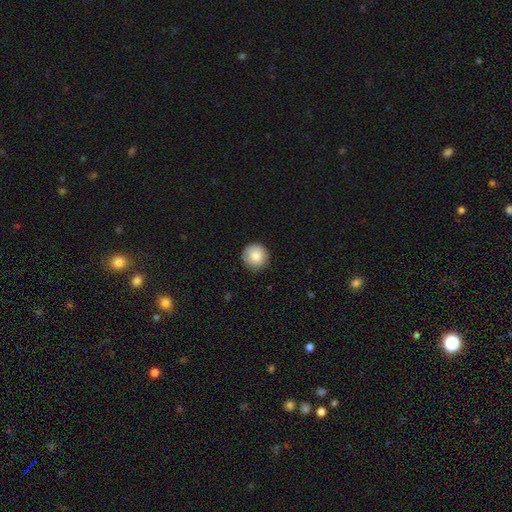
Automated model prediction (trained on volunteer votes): The model was most divided on "smooth or featured": smooth: 86%, star or artifact: 7%, featured or disk: 7%. More confident: how rounded — round (96%); merging — none (89%).